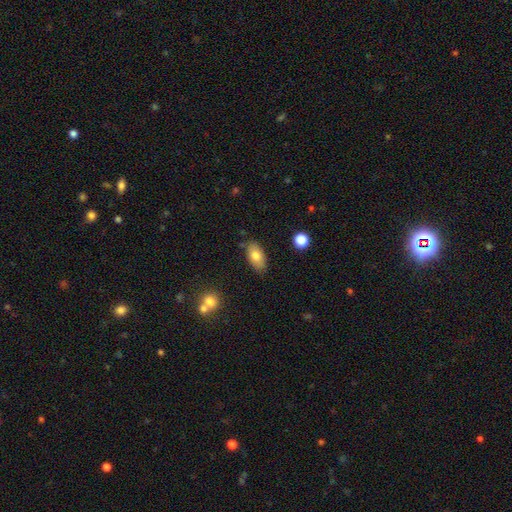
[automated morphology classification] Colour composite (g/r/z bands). It shows a smooth galaxy with no disk features (76%) that is in between round and cigar-shaped (91%). Merging: none (81%).